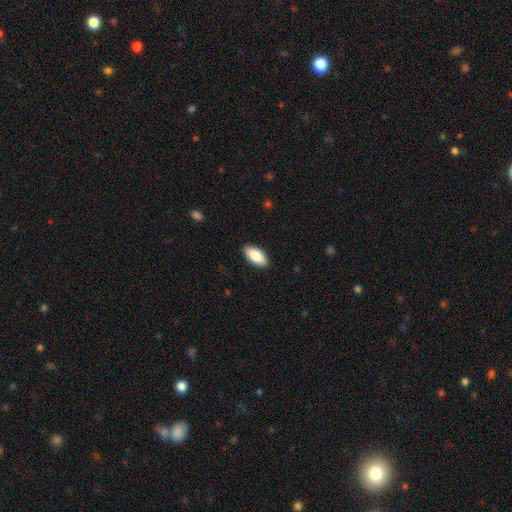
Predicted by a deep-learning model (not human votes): Morphology: type=smooth (86%); roundness=in between (93%); merging=none (89%).